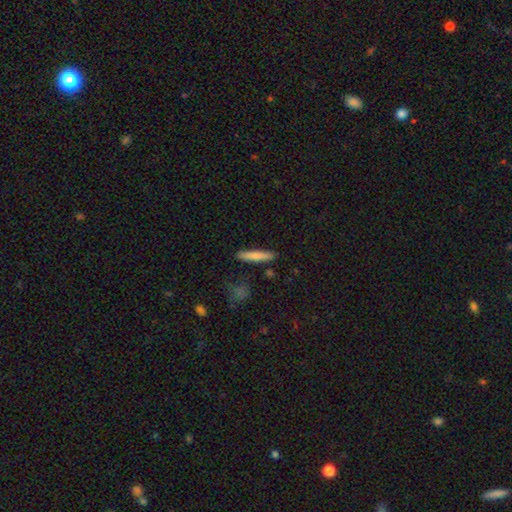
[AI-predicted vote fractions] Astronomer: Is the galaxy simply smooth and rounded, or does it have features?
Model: smooth — 74%.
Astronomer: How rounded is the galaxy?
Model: cigar-shaped — 89%.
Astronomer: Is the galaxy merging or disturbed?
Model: none — 87%.